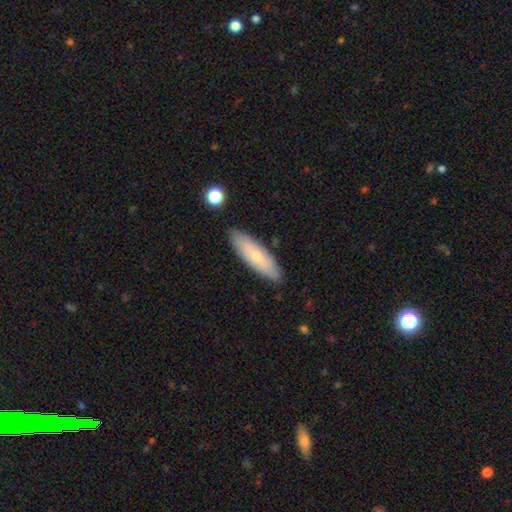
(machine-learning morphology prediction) Smooth or featured? Predicted: smooth (p=0.64). How rounded? Predicted: cigar-shaped (p=0.54). Merging? Predicted: none (p=0.86).